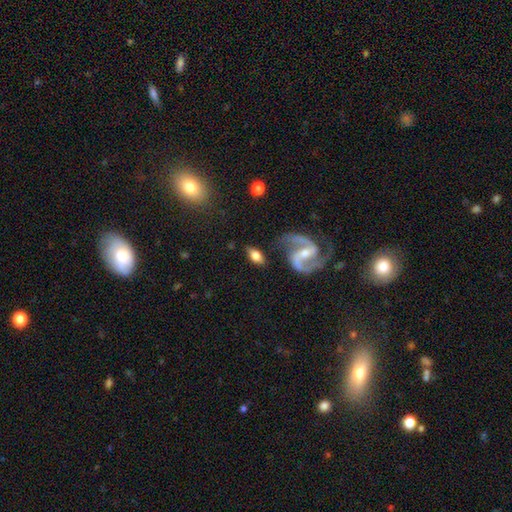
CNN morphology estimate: smooth_or_featured: smooth (p=0.53) [alt: featured or disk p=0.40]
how_rounded: in between (p=0.88) [alt: round p=0.06]
merging: none (p=0.75) [alt: minor disturbance p=0.15]